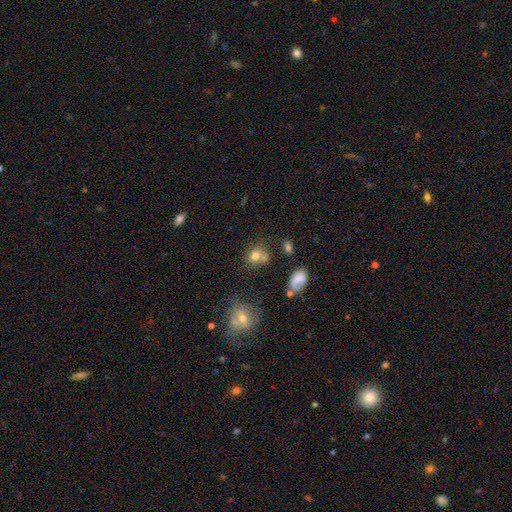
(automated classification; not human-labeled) Smooth or featured: smooth — 72% (star or artifact — 15%)
How rounded: round — 66% (in between — 32%)
Merging: none — 50% (merger — 23%)